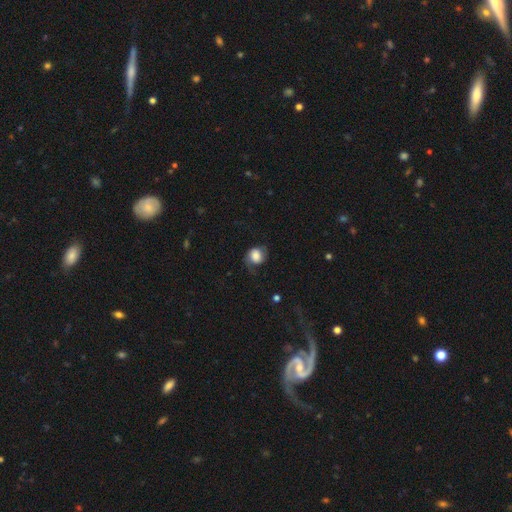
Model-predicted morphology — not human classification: smooth-or-featured: smooth: 60% | featured or disk: 32% | star or artifact: 9%
  how-rounded: round: 66% | in between: 33% | cigar-shaped: 1%
  merging: none: 55% | minor disturbance: 25% | major disturbance: 18% | merger: 1%